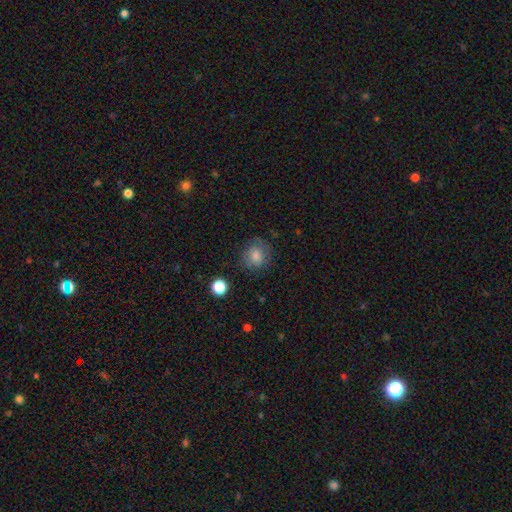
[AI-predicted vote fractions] Smooth or featured?
  - smooth: 72% *
  - featured or disk: 16%
  - star or artifact: 12%
How rounded?
  - round: 83% *
  - in between: 16%
  - cigar-shaped: 1%
Merging?
  - none: 76% *
  - minor disturbance: 17%
  - major disturbance: 6%
  - merger: 1%